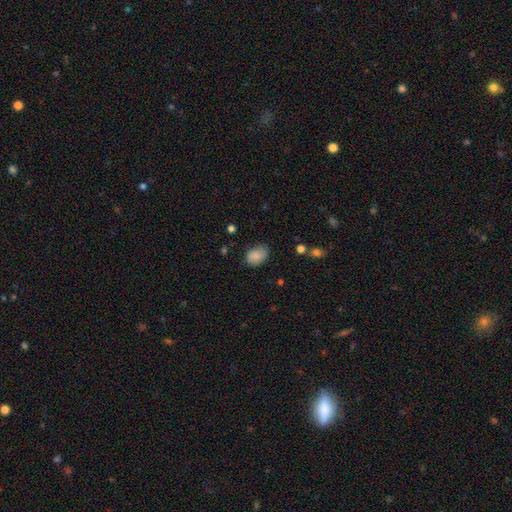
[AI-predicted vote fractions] Smooth or featured: smooth — 86% (star or artifact — 8%)
How rounded: in between — 79% (round — 20%)
Merging: none — 71% (minor disturbance — 23%)